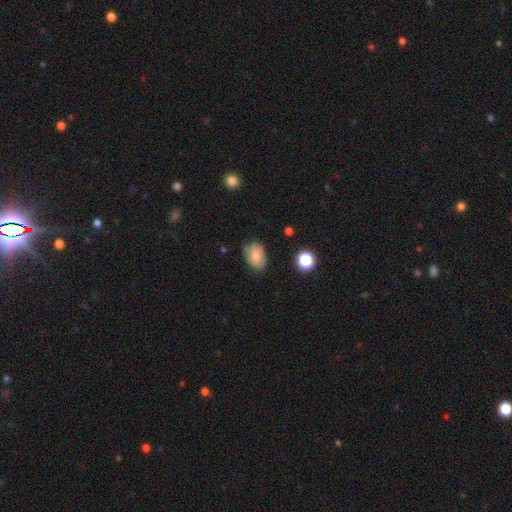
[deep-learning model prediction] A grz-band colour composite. It shows a smooth galaxy with no disk features (80%) that is in between round and cigar-shaped (82%). Merging: none (70%).